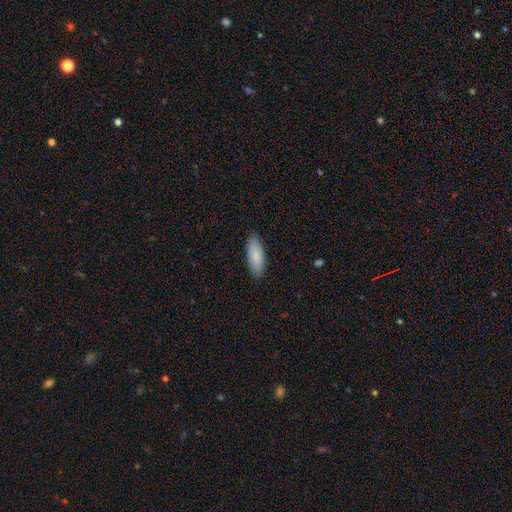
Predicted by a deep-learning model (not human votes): Smooth or featured? Predicted: smooth (p=0.85). How rounded? Predicted: in between (p=0.73). Merging? Predicted: none (p=0.89).